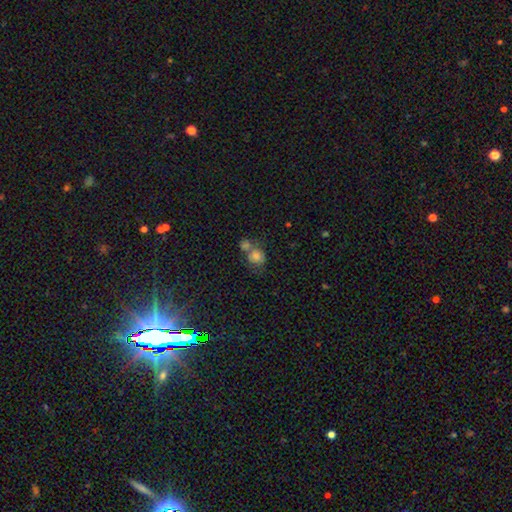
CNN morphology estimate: smooth 70%, star or artifact 15%, featured or disk 14%. Down the decision tree: how rounded — round (67%); merging — merger (50%).